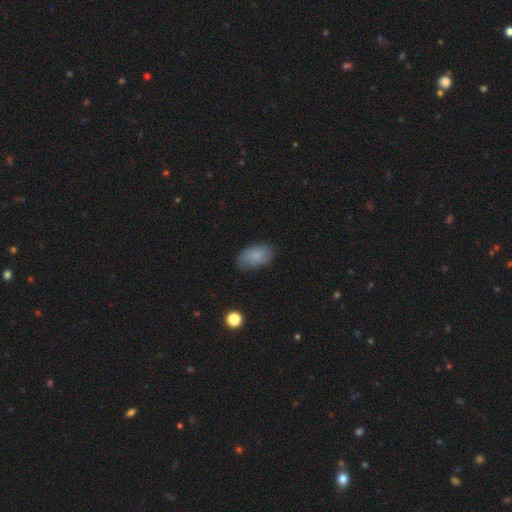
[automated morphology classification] This appears to be a smooth galaxy with no disk features (80%) that is in between round and cigar-shaped (93%). Merging: none (78%).